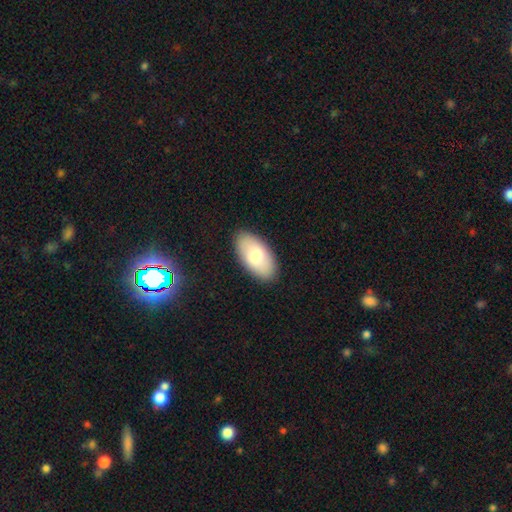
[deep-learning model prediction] This is likely a smooth galaxy (76%). How rounded: clearly in between (95%). Merging: clearly none (88%).